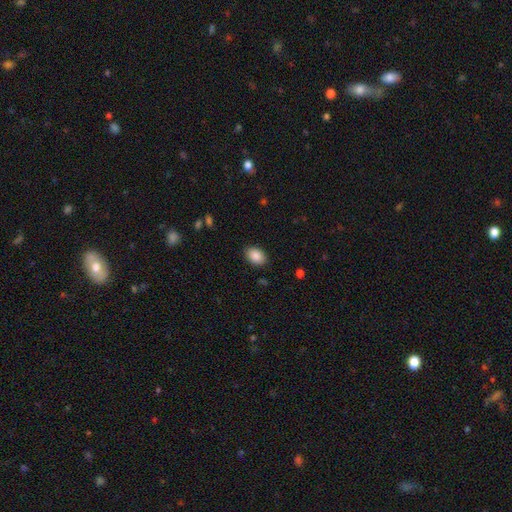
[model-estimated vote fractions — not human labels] This is clearly a smooth galaxy (88%). How rounded: clearly in between (82%). Merging: clearly none (88%).